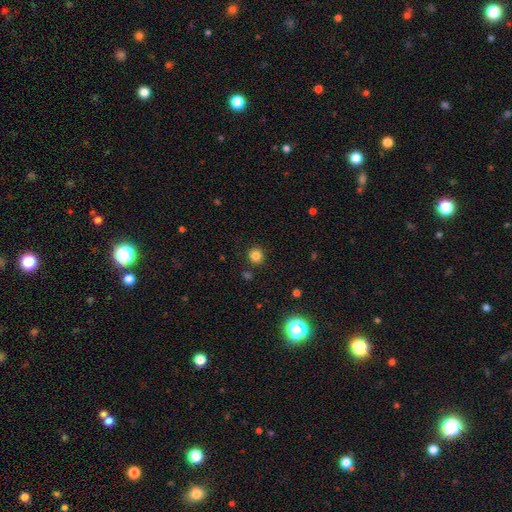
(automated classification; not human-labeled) smooth-or-featured: smooth: 82% | star or artifact: 13% | featured or disk: 5%
  how-rounded: round: 91% | in between: 8% | cigar-shaped: 1%
  merging: none: 88% | minor disturbance: 7% | merger: 3% | major disturbance: 2%